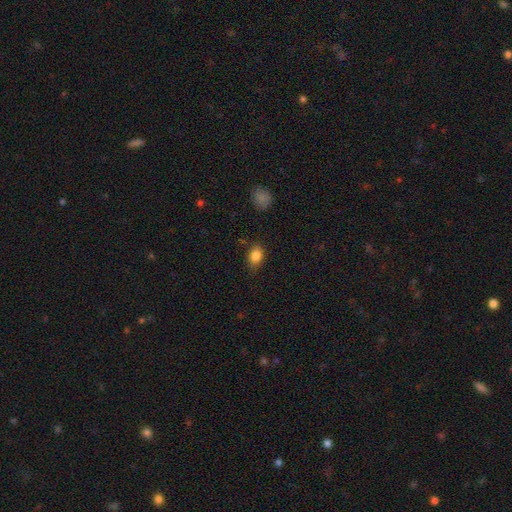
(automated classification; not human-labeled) Smooth or featured?
  - smooth: 85% *
  - star or artifact: 9%
  - featured or disk: 6%
How rounded?
  - in between: 74% *
  - round: 25%
  - cigar-shaped: 2%
Merging?
  - none: 74% *
  - minor disturbance: 20%
  - major disturbance: 4%
  - merger: 2%